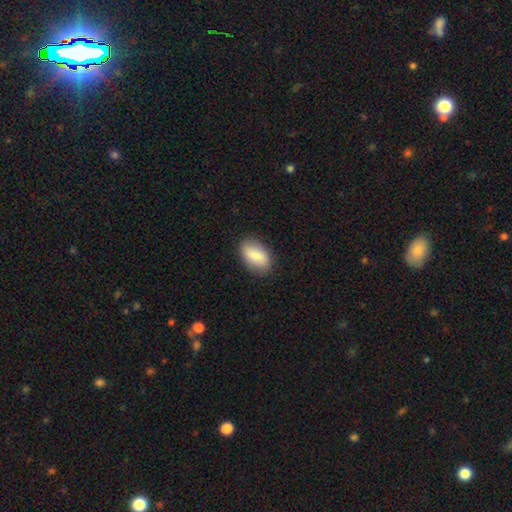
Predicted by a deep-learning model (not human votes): This appears to be a smooth galaxy with no disk features (83%) that is in between round and cigar-shaped (92%). Merging: none (86%).